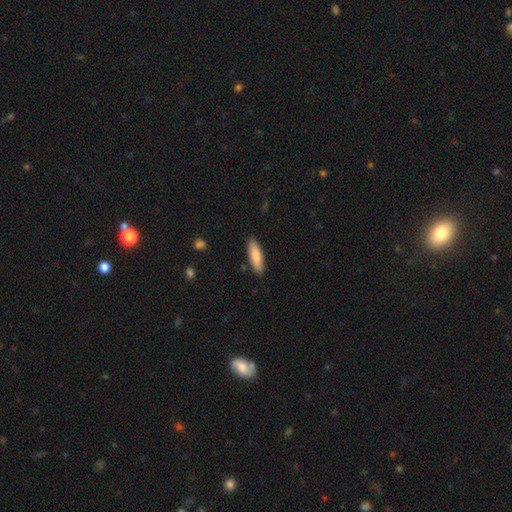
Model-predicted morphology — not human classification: type=smooth (85%); roundness=cigar-shaped (50%); merging=none (88%).